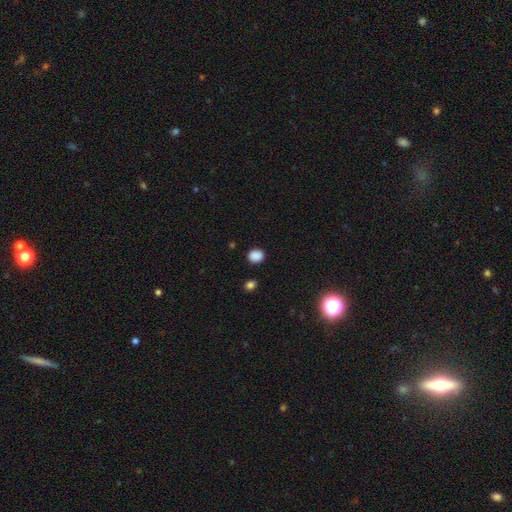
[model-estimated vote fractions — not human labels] A smooth galaxy with no disk features (86%) that is round (68%).

Vote fractions:
- Smooth or featured? smooth: 86% / star or artifact: 11% / featured or disk: 3%
- How rounded? round: 68% / in between: 31% / cigar-shaped: 1%
- Merging? none: 87% / minor disturbance: 9% / major disturbance: 3% / merger: 2%